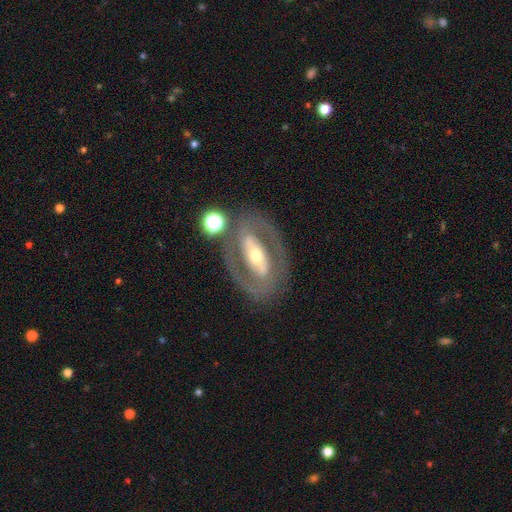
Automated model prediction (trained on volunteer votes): Smooth or featured? Predicted: featured or disk (p=0.80). Edge-on disk? Predicted: no (p=0.92). Bar? Predicted: strong (p=0.51). Spiral arms? Predicted: yes (p=0.58). Bulge size? Predicted: moderate (p=0.53). Merging? Predicted: none (p=0.76).